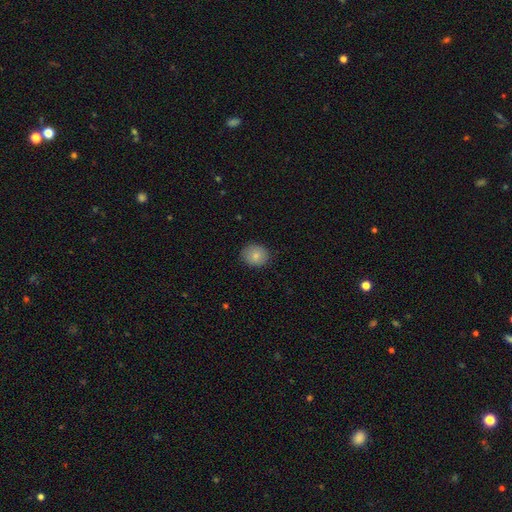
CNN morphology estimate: smooth_or_featured: smooth (p=0.82) [alt: featured or disk p=0.09]
how_rounded: round (p=0.70) [alt: in between p=0.29]
merging: none (p=0.86) [alt: minor disturbance p=0.11]